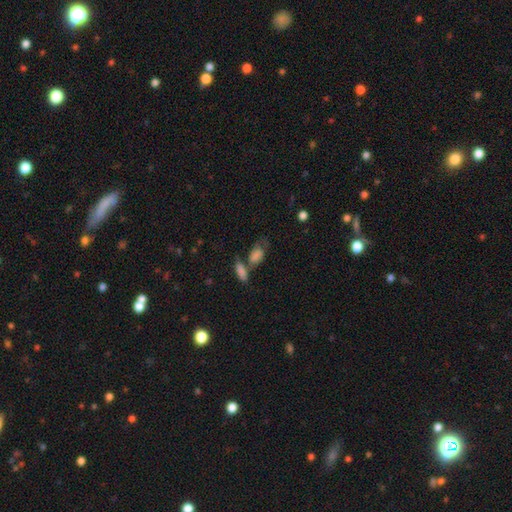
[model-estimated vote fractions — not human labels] smooth-or-featured: smooth: 66% | featured or disk: 18% | star or artifact: 16%
  how-rounded: in between: 77% | round: 14% | cigar-shaped: 9%
  merging: none: 38% | merger: 37% | minor disturbance: 15% | major disturbance: 10%